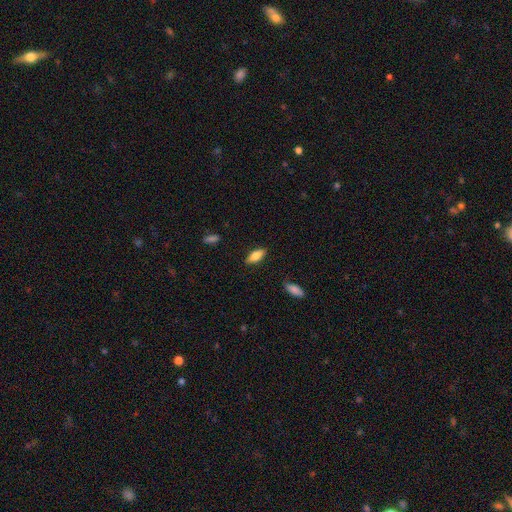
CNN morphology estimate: smooth_or_featured: smooth (p=0.73) [alt: featured or disk p=0.20]
how_rounded: in between (p=0.74) [alt: cigar-shaped p=0.24]
merging: none (p=0.85) [alt: minor disturbance p=0.11]